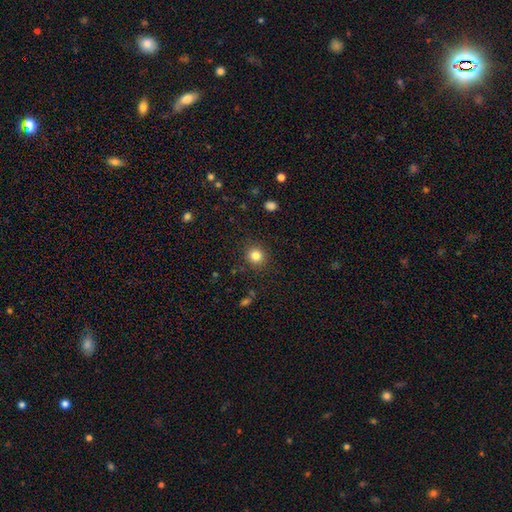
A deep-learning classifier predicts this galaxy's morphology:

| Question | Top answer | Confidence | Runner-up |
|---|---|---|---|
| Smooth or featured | smooth | 82% | star or artifact (12%) |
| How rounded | round | 89% | in between (10%) |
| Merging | none | 89% | minor disturbance (7%) |